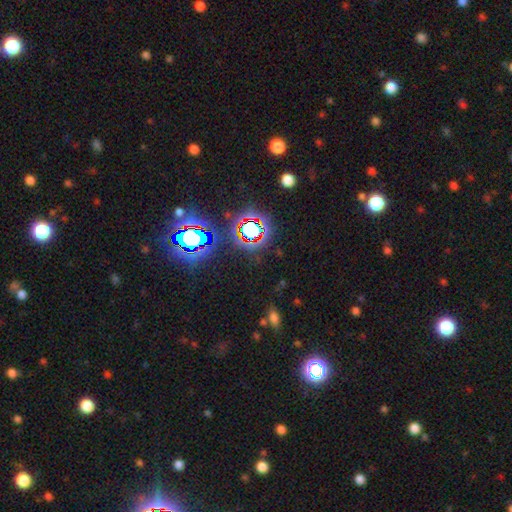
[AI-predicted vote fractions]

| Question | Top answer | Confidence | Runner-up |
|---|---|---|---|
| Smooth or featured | star or artifact | 79% | smooth (12%) |